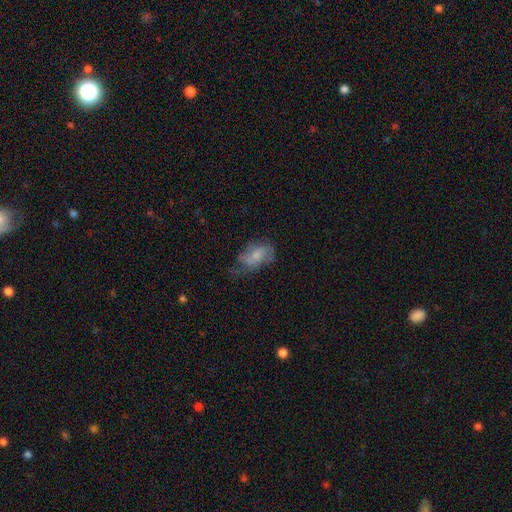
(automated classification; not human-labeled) Smooth or featured? Predicted: smooth (p=0.54). How rounded? Predicted: in between (p=0.88). Merging? Predicted: none (p=0.43).